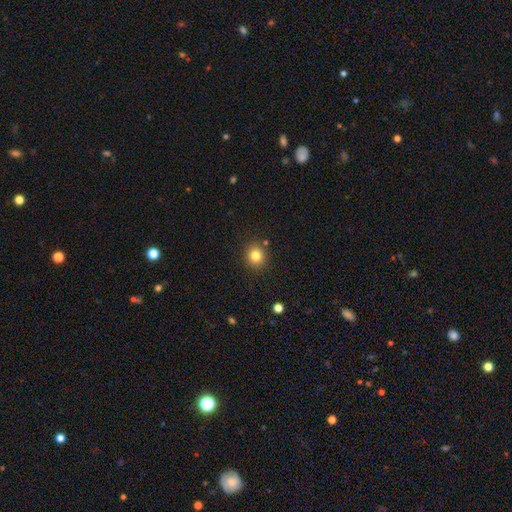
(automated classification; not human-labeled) Overall: smooth (82%). How rounded: round (87%). Merging: none (88%).